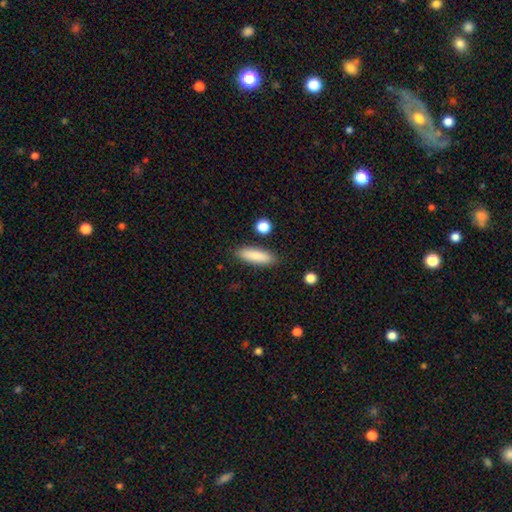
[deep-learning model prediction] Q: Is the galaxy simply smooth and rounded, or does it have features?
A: smooth — 84%.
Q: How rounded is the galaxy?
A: cigar-shaped — 55%.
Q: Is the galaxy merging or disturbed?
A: none — 86%.